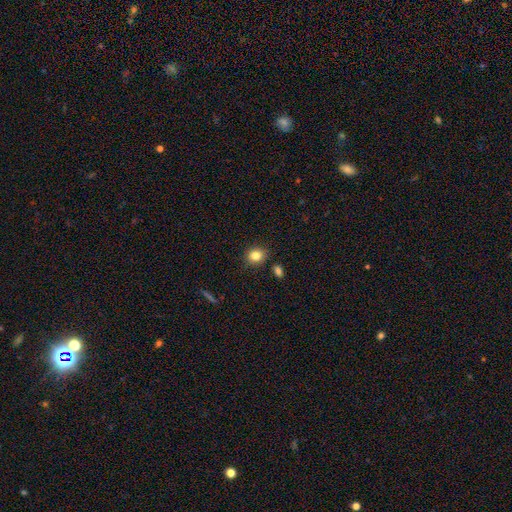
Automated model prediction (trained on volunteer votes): A smooth galaxy with no disk features (83%) that is round (67%).

Vote fractions:
- Smooth or featured? smooth: 83% / star or artifact: 10% / featured or disk: 7%
- How rounded? round: 67% / in between: 32% / cigar-shaped: 1%
- Merging? none: 86% / minor disturbance: 9% / merger: 3% / major disturbance: 2%